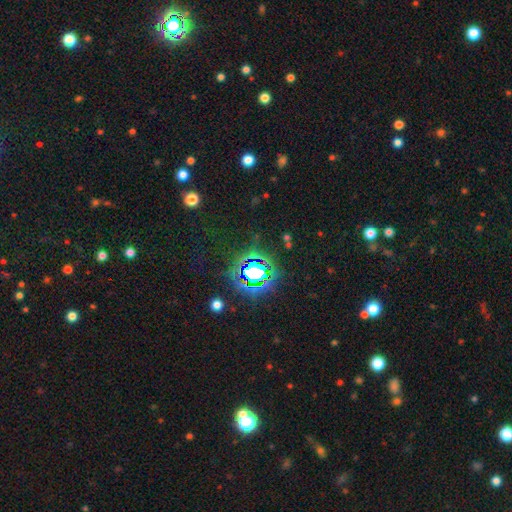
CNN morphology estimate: The model was most divided on "smooth or featured": star or artifact: 82%, smooth: 12%, featured or disk: 7%.